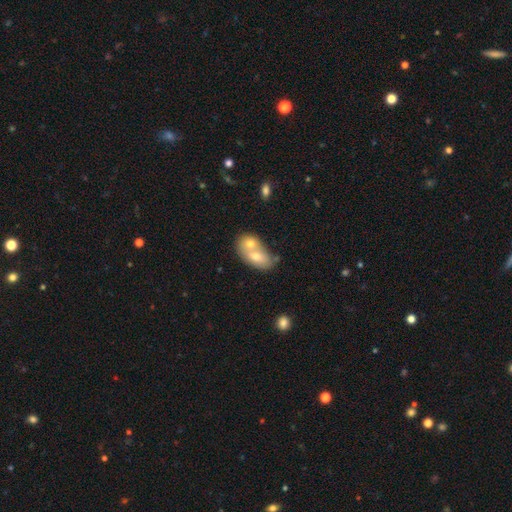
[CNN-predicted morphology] Smooth or featured?
  - smooth: 65% *
  - featured or disk: 28%
  - star or artifact: 7%
How rounded?
  - in between: 81% *
  - round: 15%
  - cigar-shaped: 3%
Merging?
  - merger: 73% *
  - none: 17%
  - minor disturbance: 7%
  - major disturbance: 3%